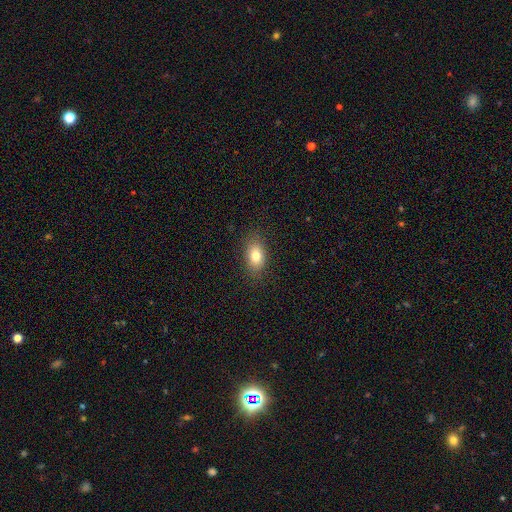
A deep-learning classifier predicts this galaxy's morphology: smooth_or_featured: smooth (p=0.78) [alt: featured or disk p=0.12]
how_rounded: in between (p=0.85) [alt: round p=0.13]
merging: none (p=0.86) [alt: minor disturbance p=0.10]